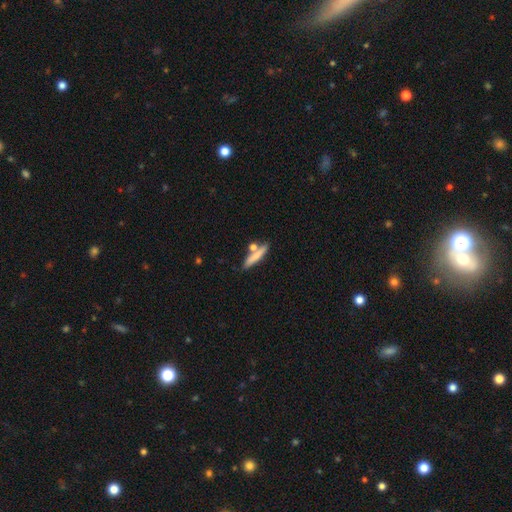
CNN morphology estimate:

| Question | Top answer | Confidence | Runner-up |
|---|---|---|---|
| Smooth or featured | smooth | 68% | featured or disk (26%) |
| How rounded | cigar-shaped | 81% | in between (15%) |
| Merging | none | 65% | merger (19%) |